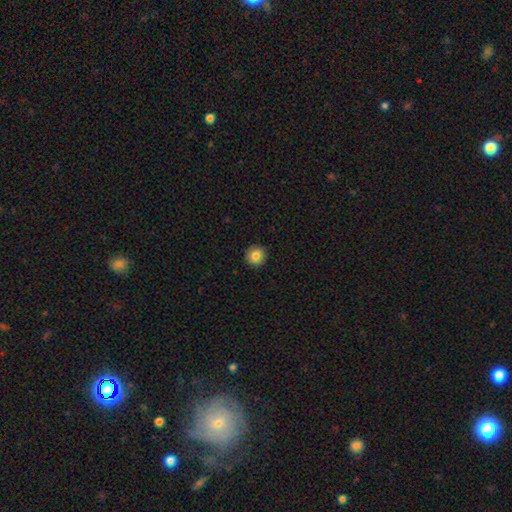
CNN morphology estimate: Q: Smooth or featured?
A: smooth (85%); runner-up: star or artifact (9%)
Q: How rounded?
A: round (94%); runner-up: in between (5%)
Q: Merging?
A: none (93%); runner-up: minor disturbance (5%)